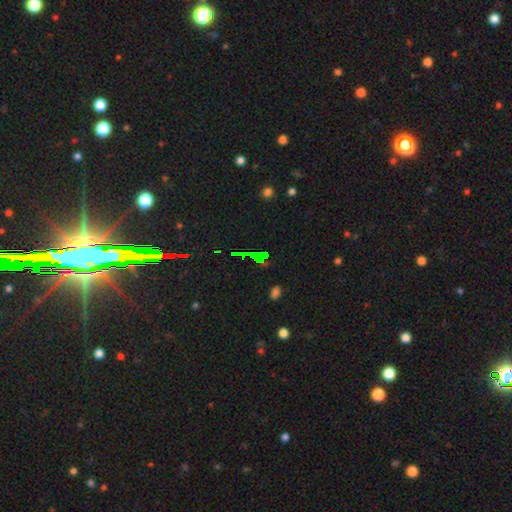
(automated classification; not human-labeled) A star or artifact, not a galaxy (70%).